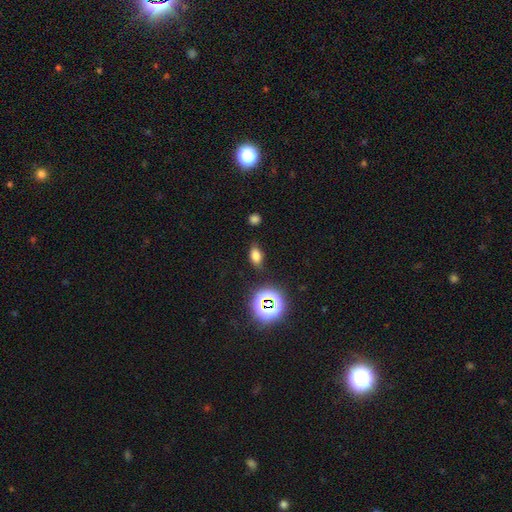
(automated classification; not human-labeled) Smooth or featured? smooth (71%)
How rounded? in between (83%)
Merging? none (79%)